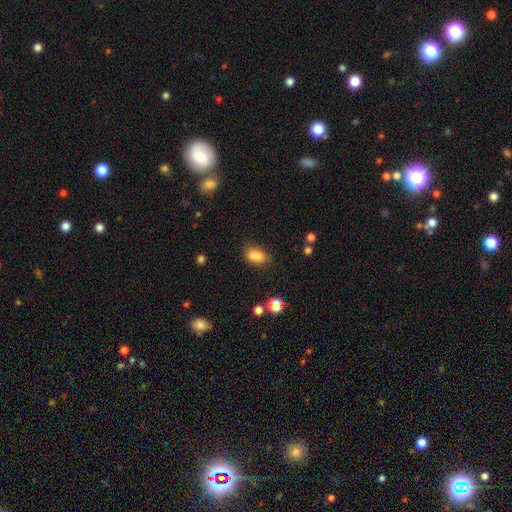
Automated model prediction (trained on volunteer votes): Smooth or featured?
  - smooth: 83% *
  - star or artifact: 10%
  - featured or disk: 7%
How rounded?
  - in between: 84% *
  - round: 10%
  - cigar-shaped: 6%
Merging?
  - none: 67% *
  - minor disturbance: 21%
  - merger: 6%
  - major disturbance: 5%